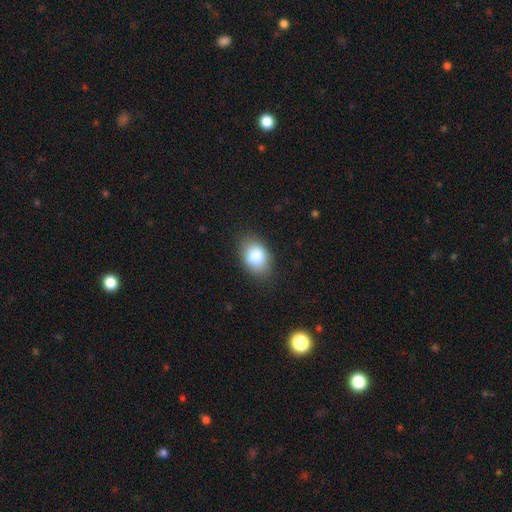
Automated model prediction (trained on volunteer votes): smooth_or_featured: smooth (p=0.83) [alt: featured or disk p=0.09]
how_rounded: in between (p=0.83) [alt: round p=0.16]
merging: none (p=0.82) [alt: minor disturbance p=0.14]